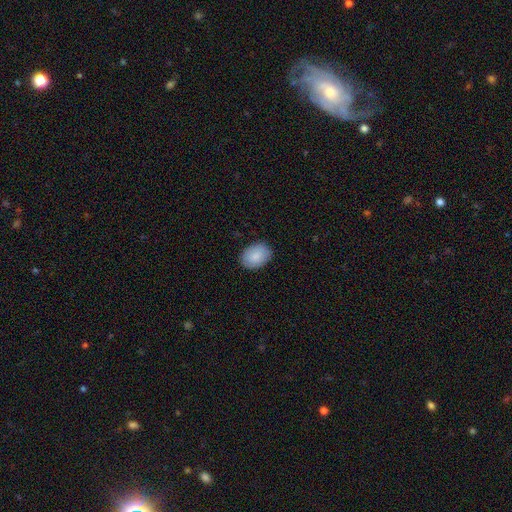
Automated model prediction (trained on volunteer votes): Smooth or featured: smooth — 86% (featured or disk — 8%)
How rounded: in between — 77% (round — 22%)
Merging: none — 87% (minor disturbance — 10%)